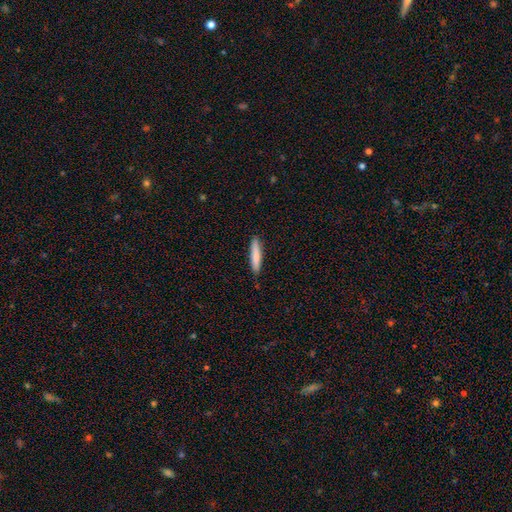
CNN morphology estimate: smooth 81%, featured or disk 14%, star or artifact 6%. Down the decision tree: how rounded — cigar-shaped (89%); merging — none (85%).